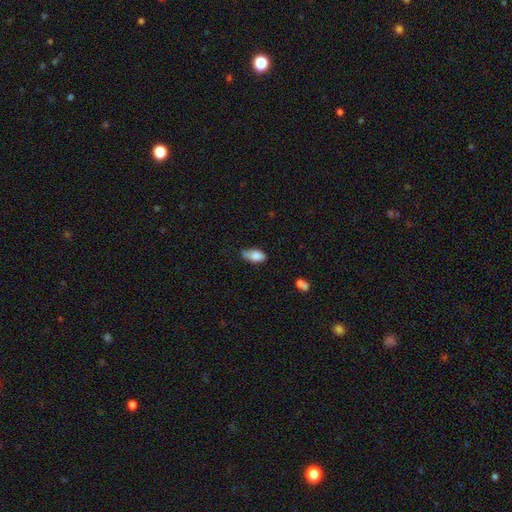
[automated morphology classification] smooth 79%, featured or disk 14%, star or artifact 7%. Down the decision tree: how rounded — in between (89%); merging — none (49%).